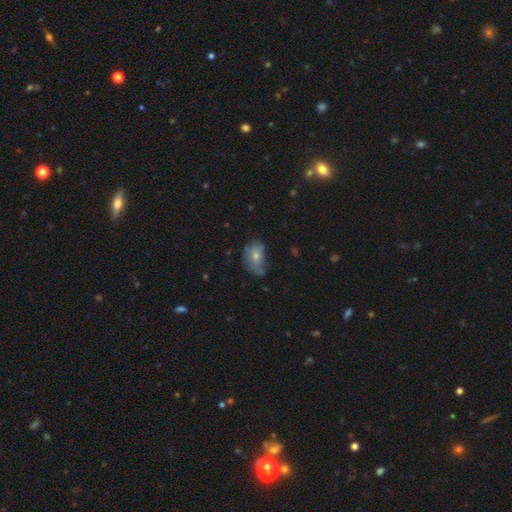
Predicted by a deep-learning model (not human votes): smooth 60%, featured or disk 31%, star or artifact 9%. Down the decision tree: how rounded — in between (84%); merging — none (38%).